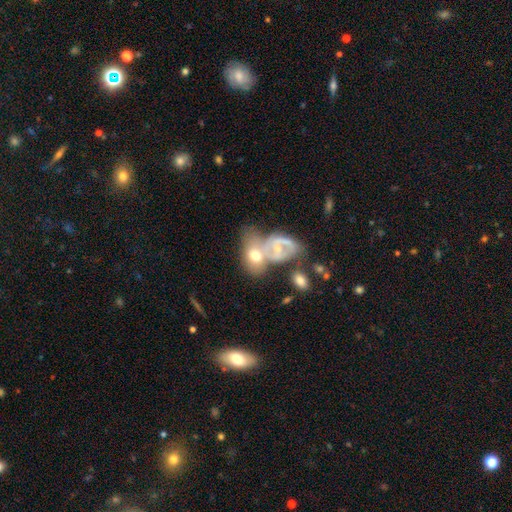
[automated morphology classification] A smooth galaxy with no disk features (50%). Merging: merger (60%).